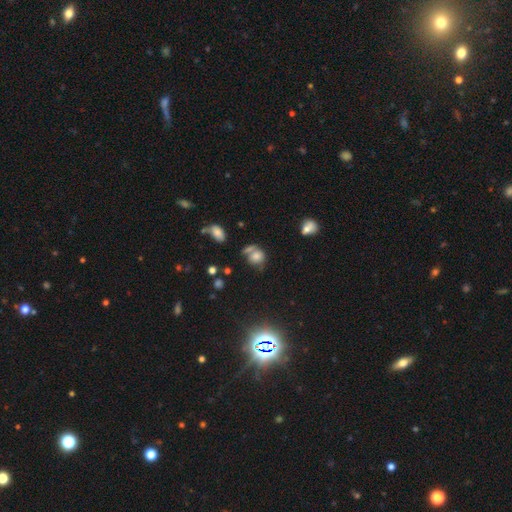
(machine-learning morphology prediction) Overall: smooth (70%). How rounded: round (68%; in between 30%). Merging: none (42%; merger 28%).